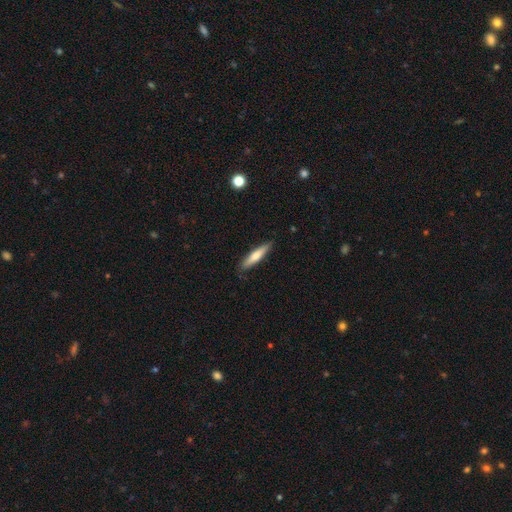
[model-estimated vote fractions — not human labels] The model was most divided on "smooth or featured": smooth: 63%, featured or disk: 32%, star or artifact: 5%. More confident: merging — none (86%); how rounded — cigar-shaped (85%).